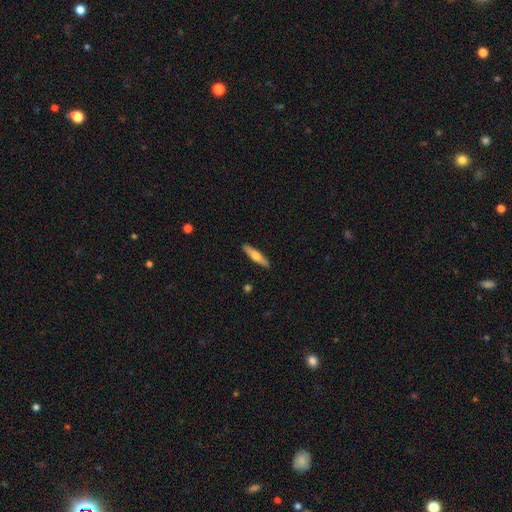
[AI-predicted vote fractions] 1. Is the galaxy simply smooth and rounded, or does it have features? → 55% smooth, 39% featured or disk, 6% star or artifact.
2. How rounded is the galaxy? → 80% cigar-shaped, 18% in between, 2% round.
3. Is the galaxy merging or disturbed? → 91% none, 7% minor disturbance, 1% major disturbance, 1% merger.